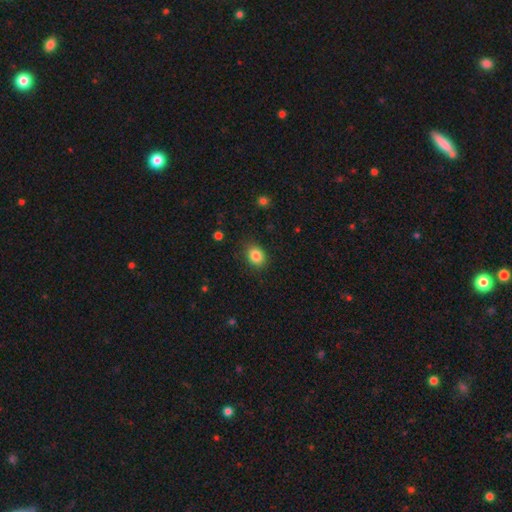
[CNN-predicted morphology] Overall: smooth (85%). How rounded: in between (57%; round 43%). Merging: none (85%).